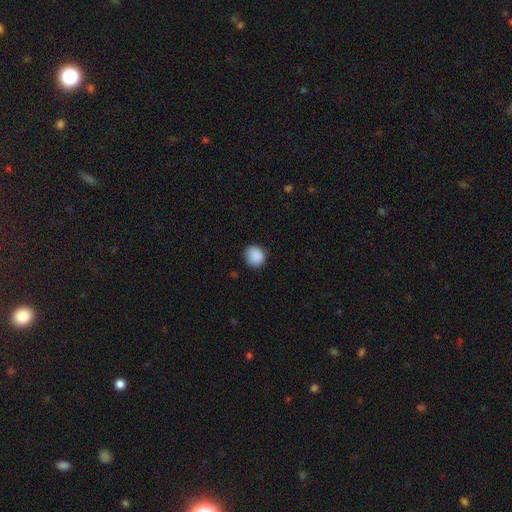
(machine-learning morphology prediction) Q: Smooth or featured?
A: smooth (89%); runner-up: star or artifact (8%)
Q: How rounded?
A: round (83%); runner-up: in between (16%)
Q: Merging?
A: none (85%); runner-up: minor disturbance (11%)